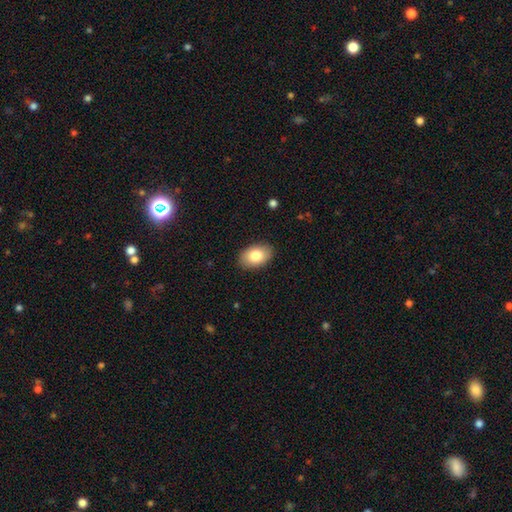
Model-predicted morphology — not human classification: Smooth or featured: smooth — 83% (featured or disk — 10%)
How rounded: in between — 89% (round — 10%)
Merging: none — 89% (minor disturbance — 8%)